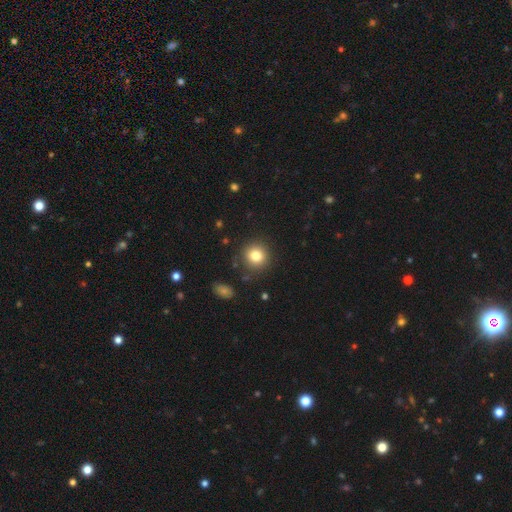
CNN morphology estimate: Smooth or featured: smooth — 81% (star or artifact — 11%)
How rounded: round — 91% (in between — 8%)
Merging: none — 88% (minor disturbance — 7%)